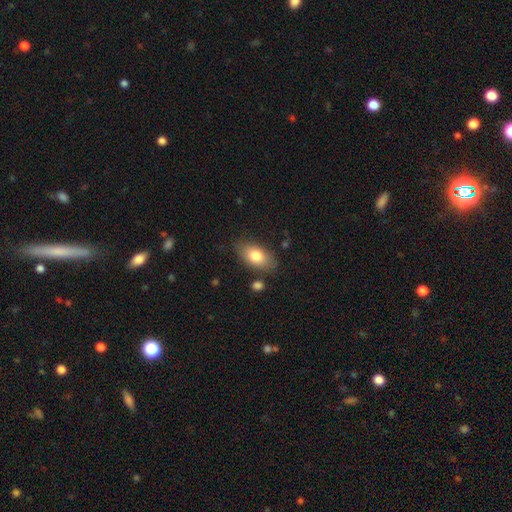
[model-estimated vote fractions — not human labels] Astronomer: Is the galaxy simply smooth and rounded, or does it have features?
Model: smooth — 79%.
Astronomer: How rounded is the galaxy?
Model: in between — 91%.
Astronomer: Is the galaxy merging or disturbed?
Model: none — 79%.